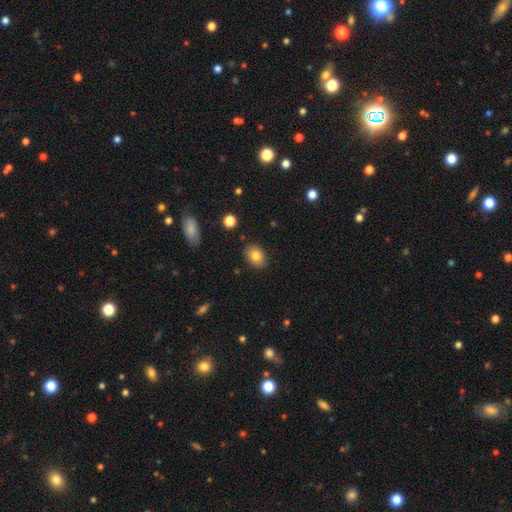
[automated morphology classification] type=smooth (81%); roundness=in between (77%); merging=none (86%).